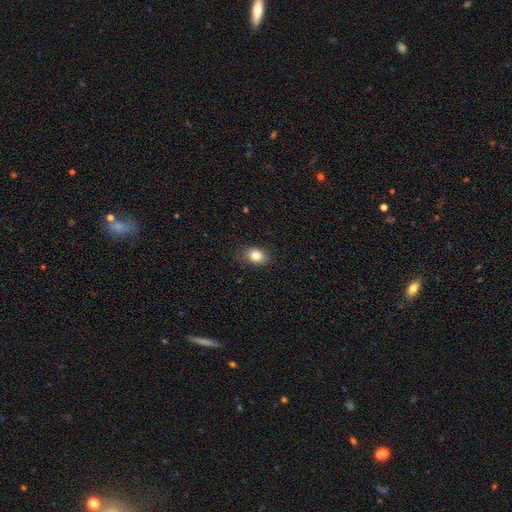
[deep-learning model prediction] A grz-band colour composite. It shows a smooth galaxy with no disk features (82%) that is in between round and cigar-shaped (73%). Merging: none (84%).